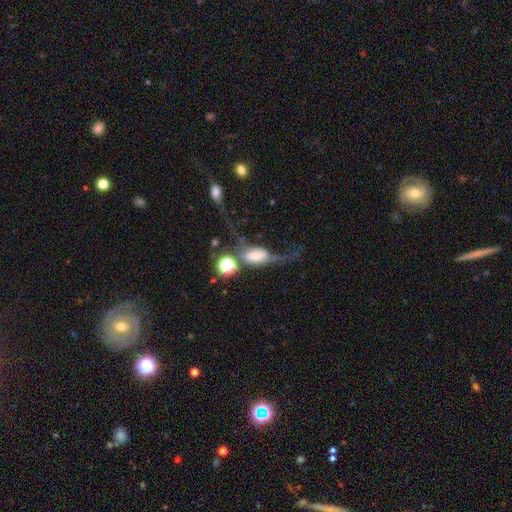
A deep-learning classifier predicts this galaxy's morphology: Smooth or featured: featured or disk — 46% (smooth — 43%)
Merging: major disturbance — 45% (none — 21%)